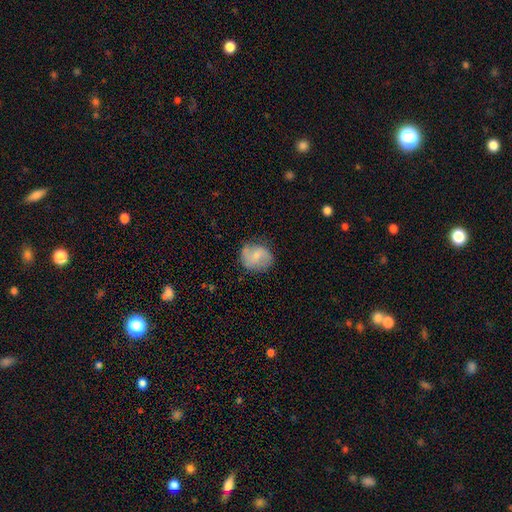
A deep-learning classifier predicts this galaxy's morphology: A featured or disk galaxy (47%).

Vote fractions:
- Smooth or featured? featured or disk: 47% / smooth: 46% / star or artifact: 7%
- Merging? none: 72% / minor disturbance: 20% / major disturbance: 7% / merger: 1%